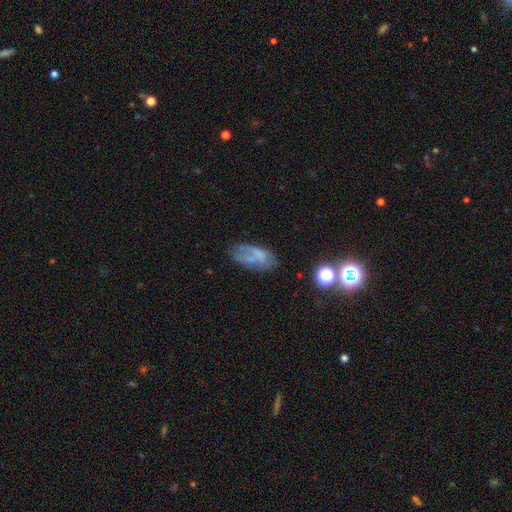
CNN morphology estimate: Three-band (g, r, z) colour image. It shows a smooth galaxy with no disk features (51%) that is in between round and cigar-shaped (89%). Merging: none (53%).